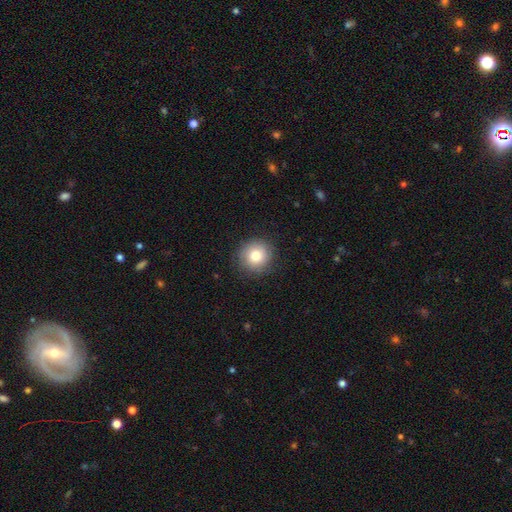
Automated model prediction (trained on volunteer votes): smooth 81%, featured or disk 10%, star or artifact 9%. Down the decision tree: how rounded — round (91%); merging — none (86%).